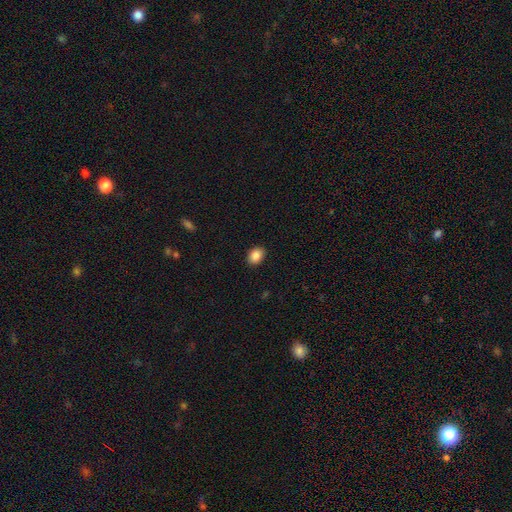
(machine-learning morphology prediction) This is clearly a smooth galaxy (88%). How rounded: likely in between (68%). Merging: clearly none (89%).